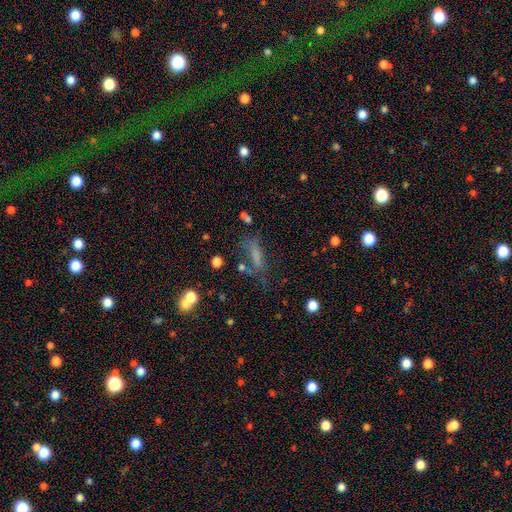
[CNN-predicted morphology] smooth_or_featured: smooth (p=0.59) [alt: featured or disk p=0.22]
how_rounded: cigar-shaped (p=0.59) [alt: in between p=0.37]
merging: none (p=0.47) [alt: minor disturbance p=0.23]